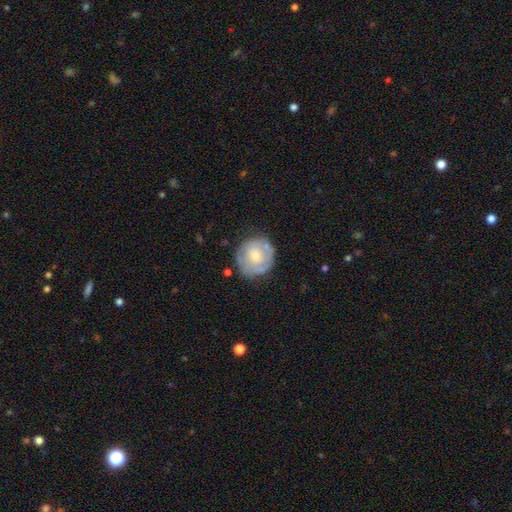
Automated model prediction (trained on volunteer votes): smooth-or-featured: featured or disk: 51% | smooth: 43% | star or artifact: 6%
  disk-edge-on: no: 97% | yes: 3%
  merging: none: 67% | minor disturbance: 21% | major disturbance: 8% | merger: 4%